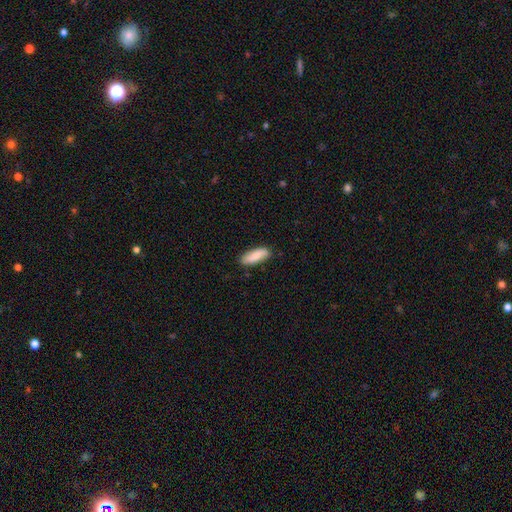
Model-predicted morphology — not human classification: This appears to be a smooth galaxy with no disk features (83%) that is in between round and cigar-shaped (65%). Merging: none (84%).